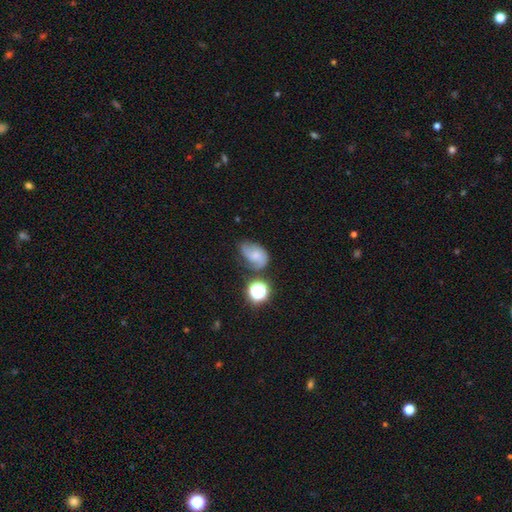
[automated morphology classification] type=featured or disk (47%); merging=none (43%).